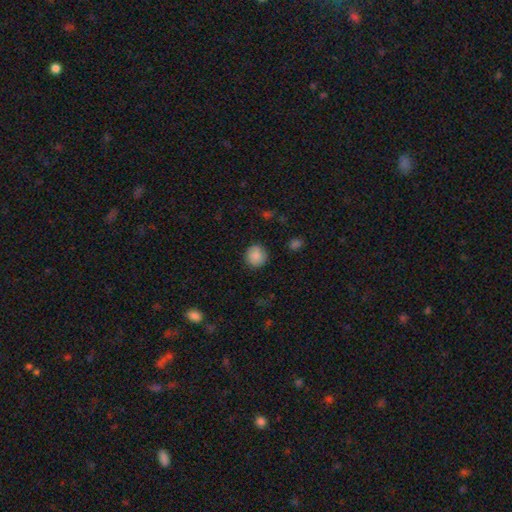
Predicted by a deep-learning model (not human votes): This appears to be a smooth galaxy with no disk features (87%) that is round (90%). Merging: none (88%).